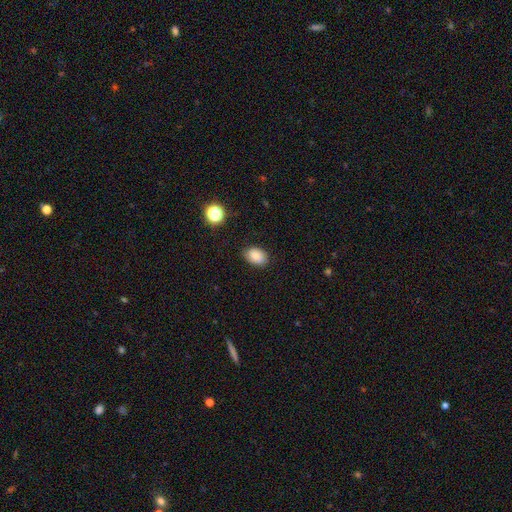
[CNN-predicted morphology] This appears to be a smooth galaxy with no disk features (81%) that is in between round and cigar-shaped (79%). Merging: none (84%).